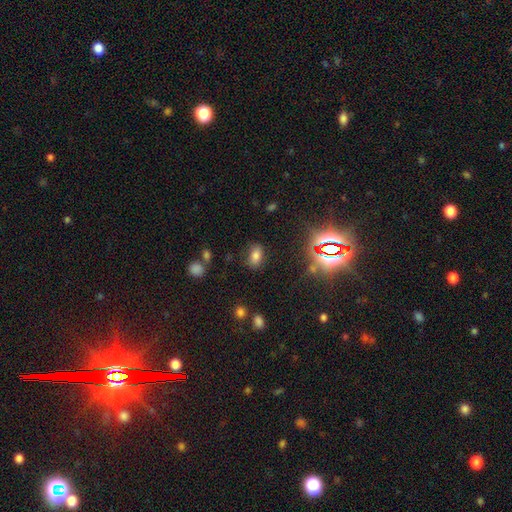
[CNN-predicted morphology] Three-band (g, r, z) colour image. It shows a smooth galaxy with no disk features (71%) that is in between round and cigar-shaped (86%). Merging: none (81%).